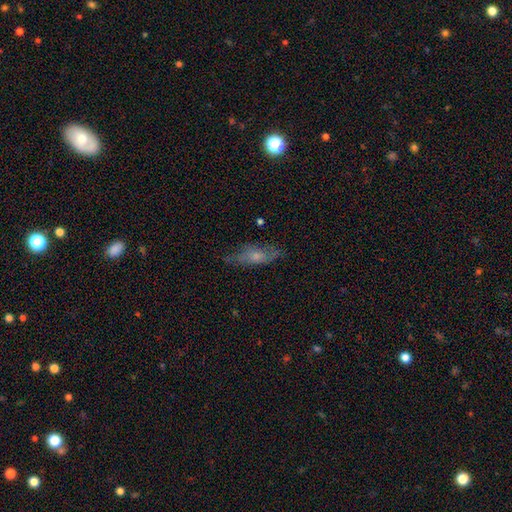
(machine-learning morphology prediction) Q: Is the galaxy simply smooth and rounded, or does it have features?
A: featured or disk — 46%.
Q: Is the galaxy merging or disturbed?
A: none — 66%.